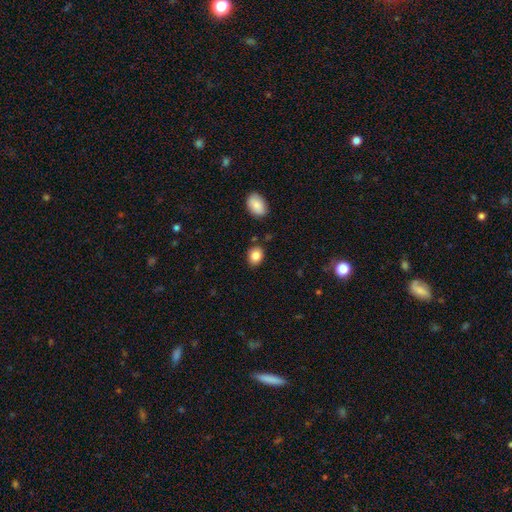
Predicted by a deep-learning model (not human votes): This appears to be a smooth galaxy with no disk features (84%) that is in between round and cigar-shaped (56%). Merging: none (84%).